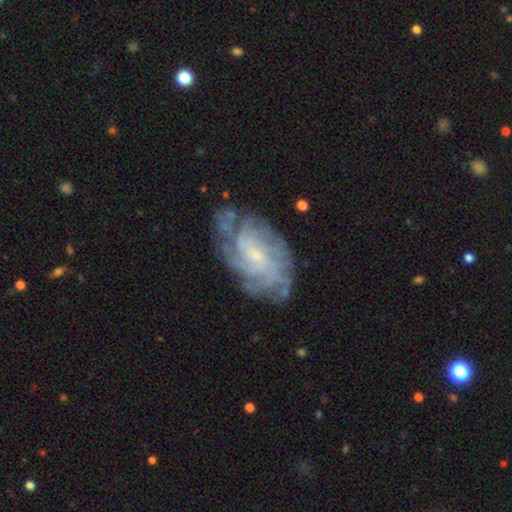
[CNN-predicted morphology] Q: Smooth or featured?
A: featured or disk (83%); runner-up: smooth (10%)
Q: Edge-on disk?
A: no (96%); runner-up: yes (4%)
Q: Bar?
A: no (54%); runner-up: weak (39%)
Q: Spiral arms?
A: yes (94%); runner-up: no (6%)
Q: Spiral winding?
A: tight (63%); runner-up: medium (29%)
Q: Spiral arm count?
A: can't tell (40%); runner-up: 4 (22%)
Q: Bulge size?
A: small (70%); runner-up: moderate (20%)
Q: Merging?
A: none (71%); runner-up: minor disturbance (19%)